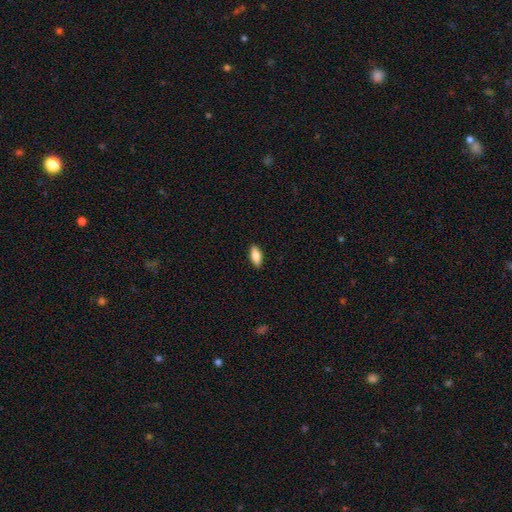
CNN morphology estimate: smooth-or-featured: smooth: 83% | featured or disk: 11% | star or artifact: 6%
  how-rounded: in between: 82% | cigar-shaped: 15% | round: 2%
  merging: none: 90% | minor disturbance: 8% | major disturbance: 2% | merger: 1%